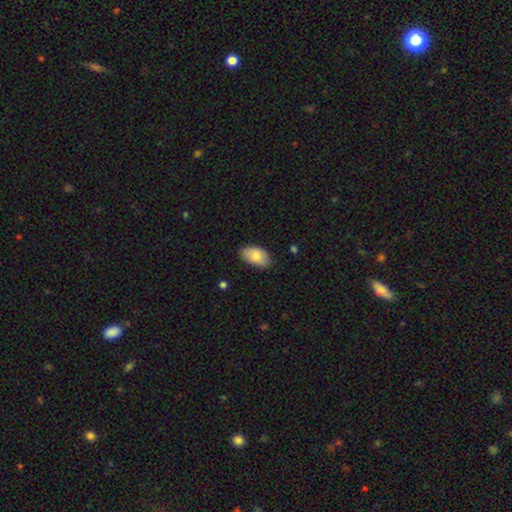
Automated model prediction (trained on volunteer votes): Smooth or featured: smooth — 82% (featured or disk — 12%)
How rounded: in between — 94% (round — 4%)
Merging: none — 81% (minor disturbance — 16%)